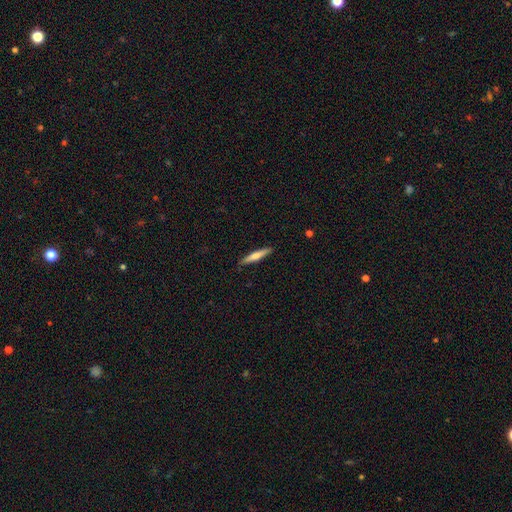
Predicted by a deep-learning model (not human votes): Smooth or featured?
  - smooth: 59% *
  - featured or disk: 35%
  - star or artifact: 6%
How rounded?
  - cigar-shaped: 92% *
  - in between: 7%
  - round: 1%
Merging?
  - none: 89% *
  - minor disturbance: 9%
  - major disturbance: 2%
  - merger: 1%